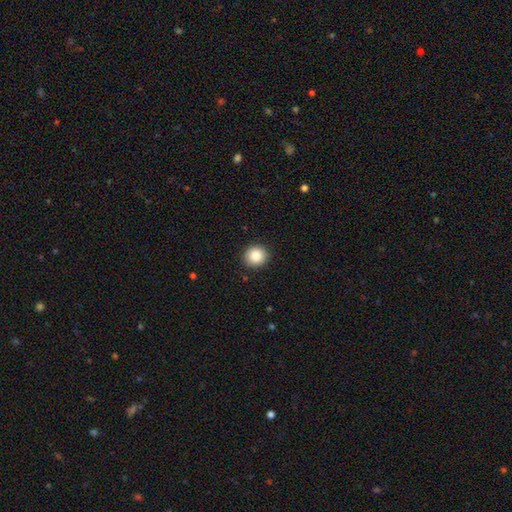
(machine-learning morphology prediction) Overall: smooth (86%). How rounded: round (90%). Merging: none (91%).